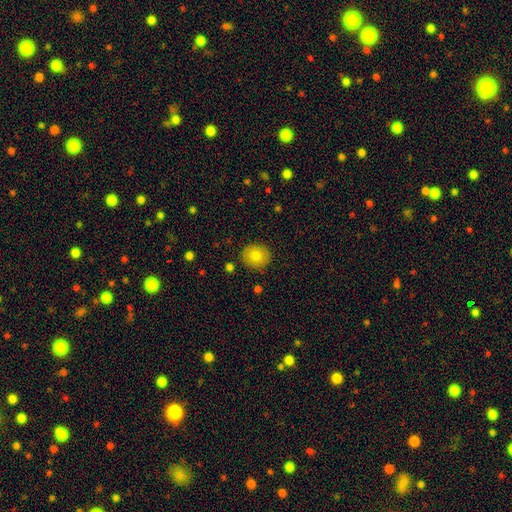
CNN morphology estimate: Q: Smooth or featured?
A: smooth (81%); runner-up: featured or disk (10%)
Q: How rounded?
A: round (85%); runner-up: in between (14%)
Q: Merging?
A: none (88%); runner-up: minor disturbance (8%)